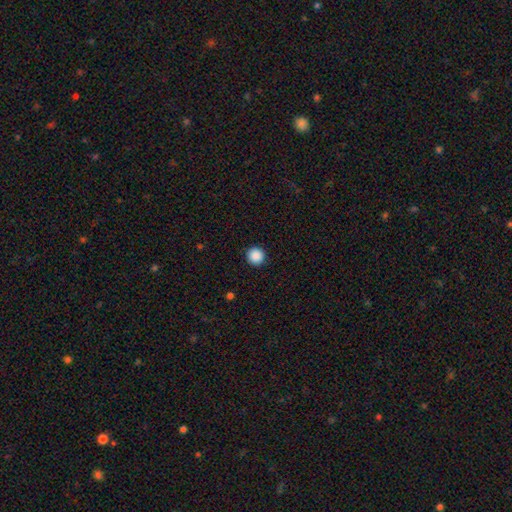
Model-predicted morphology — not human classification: Q: Smooth or featured?
A: smooth (88%); runner-up: star or artifact (9%)
Q: How rounded?
A: round (96%); runner-up: in between (3%)
Q: Merging?
A: none (93%); runner-up: minor disturbance (5%)